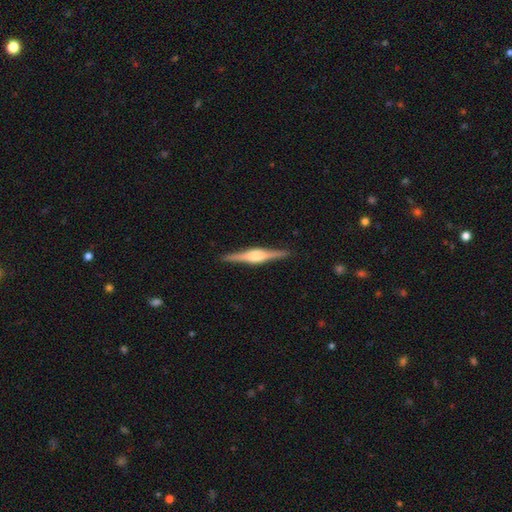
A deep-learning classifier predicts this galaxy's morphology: Smooth or featured?
  - featured or disk: 82% *
  - smooth: 13%
  - star or artifact: 5%
Edge-on disk?
  - yes: 98% *
  - no: 2%
Edge-on bulge?
  - rounded: 77% *
  - boxy: 20%
  - none: 3%
Merging?
  - none: 91% *
  - minor disturbance: 6%
  - major disturbance: 1%
  - merger: 1%